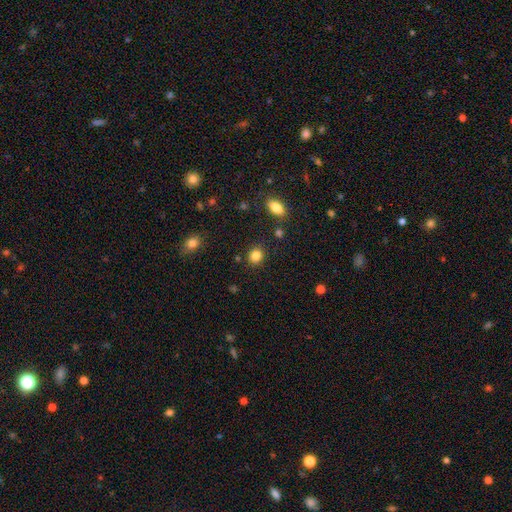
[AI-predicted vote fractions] A smooth galaxy with no disk features (85%) that is round (77%).

Vote fractions:
- Smooth or featured? smooth: 85% / star or artifact: 11% / featured or disk: 4%
- How rounded? round: 77% / in between: 22% / cigar-shaped: 1%
- Merging? none: 86% / minor disturbance: 8% / merger: 3% / major disturbance: 3%